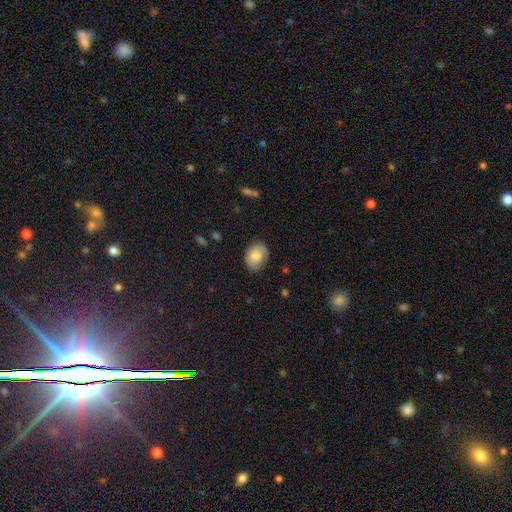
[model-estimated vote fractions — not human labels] Q: Smooth or featured?
A: smooth (76%); runner-up: featured or disk (17%)
Q: How rounded?
A: in between (63%); runner-up: round (36%)
Q: Merging?
A: none (79%); runner-up: minor disturbance (17%)